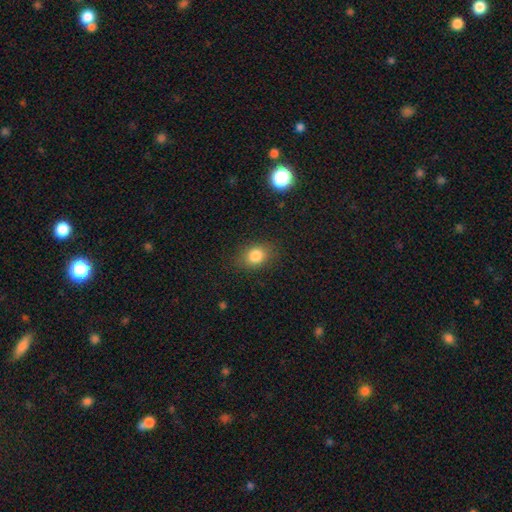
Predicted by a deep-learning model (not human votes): smooth_or_featured: smooth (p=0.83) [alt: star or artifact p=0.11]
how_rounded: in between (p=0.55) [alt: round p=0.43]
merging: none (p=0.82) [alt: minor disturbance p=0.13]